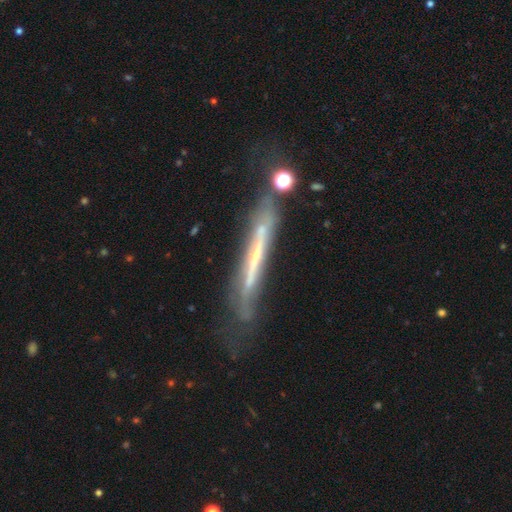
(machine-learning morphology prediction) Smooth or featured? Predicted: featured or disk (p=0.70). Edge-on disk? Predicted: yes (p=0.85). Edge-on bulge? Predicted: none (p=0.78). Merging? Predicted: none (p=0.56).